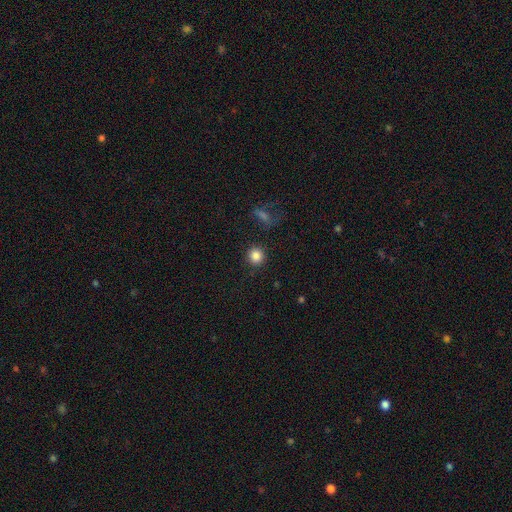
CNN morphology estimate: type=smooth (85%); roundness=round (93%); merging=none (88%).